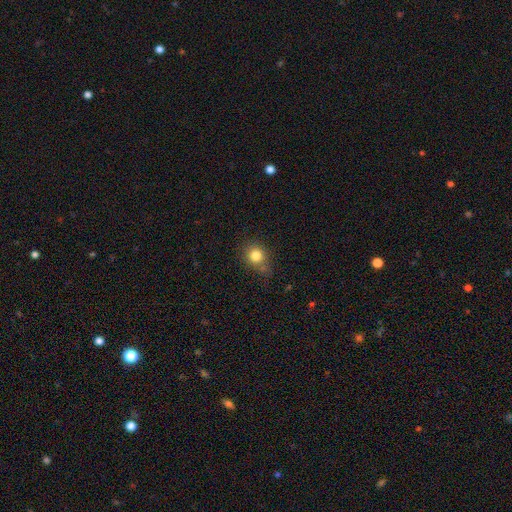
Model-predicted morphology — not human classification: Smooth or featured? smooth (82%)
How rounded? round (82%)
Merging? none (63%)